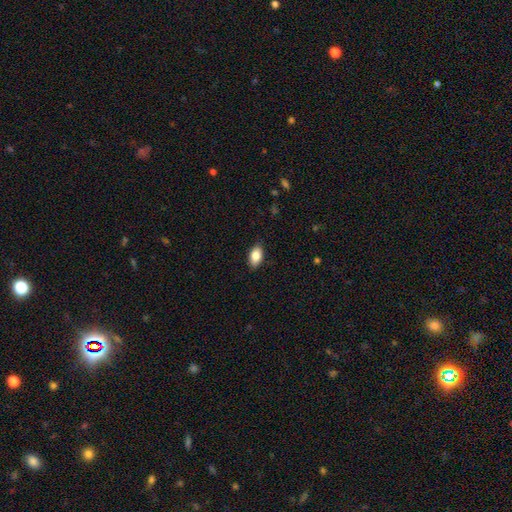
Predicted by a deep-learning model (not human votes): A smooth galaxy with no disk features (84%) that is in between round and cigar-shaped (91%).

Vote fractions:
- Smooth or featured? smooth: 84% / featured or disk: 9% / star or artifact: 7%
- How rounded? in between: 91% / round: 6% / cigar-shaped: 3%
- Merging? none: 86% / minor disturbance: 11% / major disturbance: 2% / merger: 1%